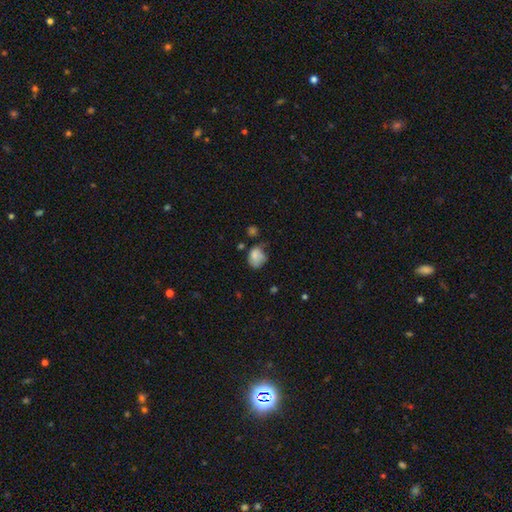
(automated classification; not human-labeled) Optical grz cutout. It shows a smooth galaxy with no disk features (75%) that is in between round and cigar-shaped (50%). Merging: none (39%).